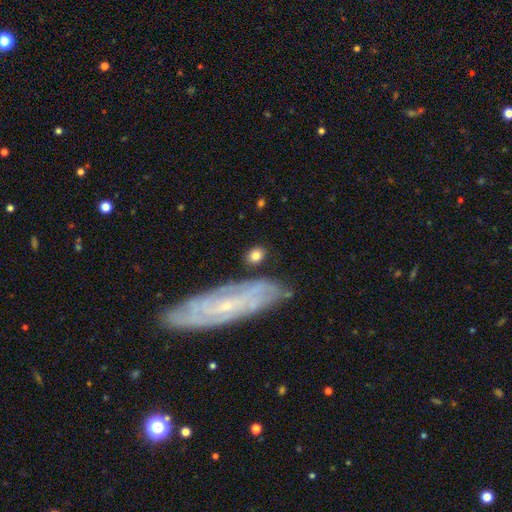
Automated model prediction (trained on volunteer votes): Morphology: type=smooth (79%); roundness=in between (48%, tied with round); merging=none (79%).